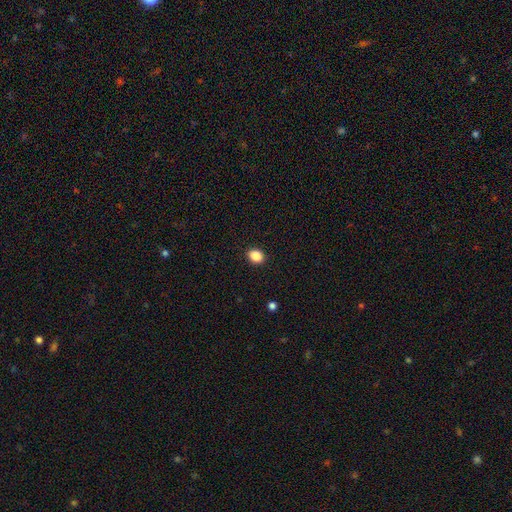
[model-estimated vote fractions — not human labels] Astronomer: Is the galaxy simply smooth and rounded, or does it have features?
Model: smooth — 87%.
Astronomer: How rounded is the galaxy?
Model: in between — 54% (runner-up: round, 45%).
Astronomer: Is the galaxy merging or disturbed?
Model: none — 91%.